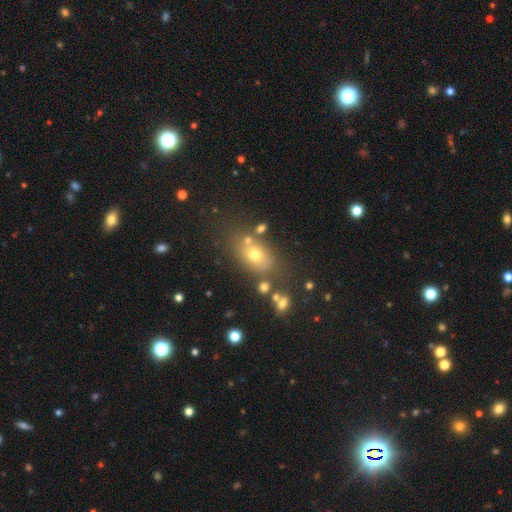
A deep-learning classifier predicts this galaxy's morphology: type=smooth (64%); roundness=in between (68%); merging=none (68%).